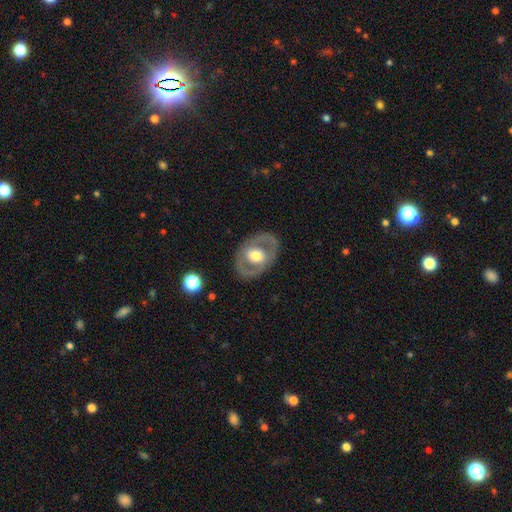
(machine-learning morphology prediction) A featured or disk galaxy (63%) with no bar (66%), no spiral arms (73%) and a moderate central bulge (60%). Merging: none (81%).